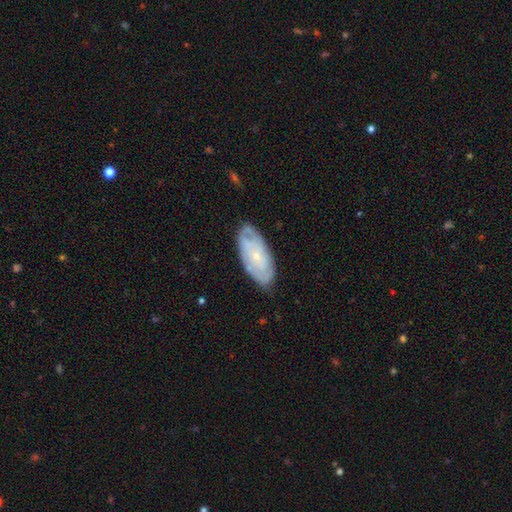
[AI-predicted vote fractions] Smooth or featured? Predicted: featured or disk (p=0.61). Edge-on disk? Predicted: no (p=0.90). Bar? Predicted: no (p=0.79). Spiral arms? Predicted: yes (p=0.76). Bulge size? Predicted: small (p=0.77). Merging? Predicted: none (p=0.79).